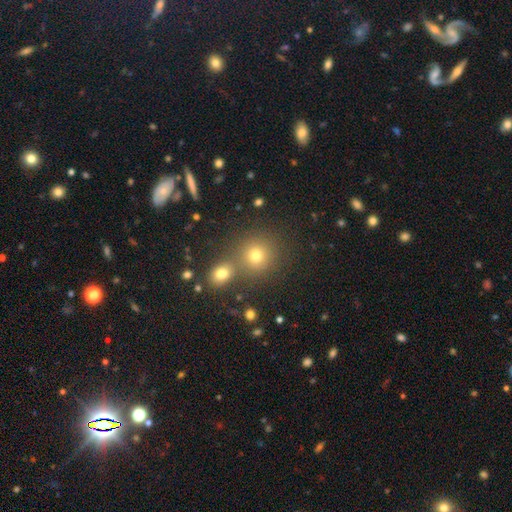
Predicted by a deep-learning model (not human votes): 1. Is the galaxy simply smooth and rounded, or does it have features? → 72% smooth, 19% star or artifact, 9% featured or disk.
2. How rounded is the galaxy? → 88% round, 11% in between, 1% cigar-shaped.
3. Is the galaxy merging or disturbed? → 66% none, 23% merger, 8% minor disturbance, 3% major disturbance.